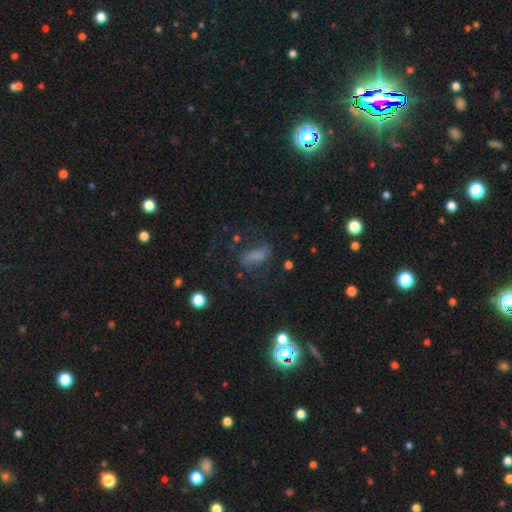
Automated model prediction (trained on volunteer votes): This appears to be a smooth galaxy with no disk features (53%) that is in between round and cigar-shaped (68%). Merging: none (48%).